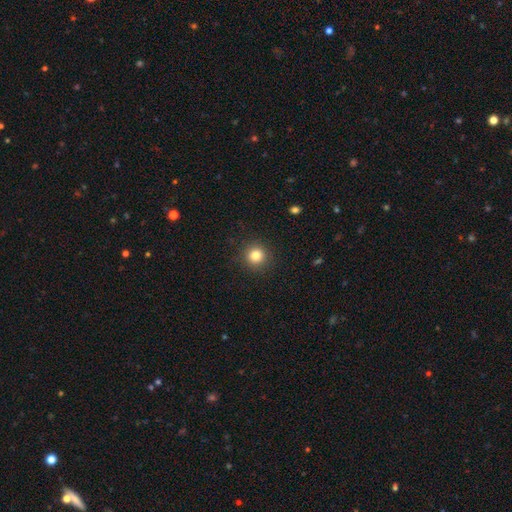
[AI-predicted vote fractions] Smooth or featured: smooth — 82% (star or artifact — 12%)
How rounded: round — 94% (in between — 5%)
Merging: none — 91% (minor disturbance — 6%)